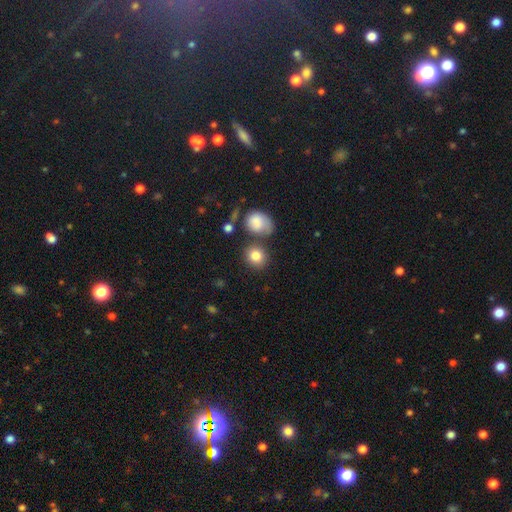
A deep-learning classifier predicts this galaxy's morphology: Smooth or featured: smooth — 84% (star or artifact — 9%)
How rounded: round — 77% (in between — 22%)
Merging: none — 69% (merger — 15%)